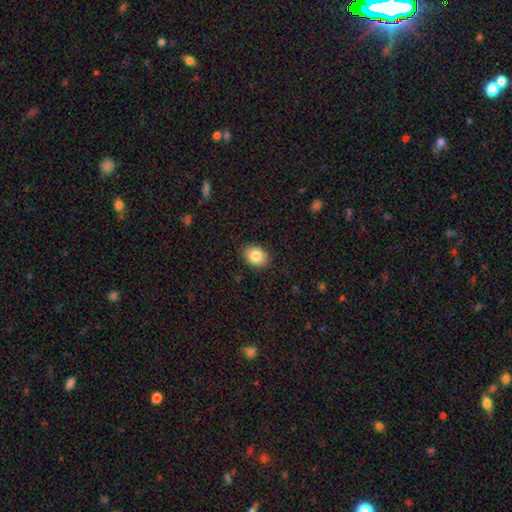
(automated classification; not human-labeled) smooth_or_featured: smooth (p=0.85) [alt: star or artifact p=0.08]
how_rounded: in between (p=0.62) [alt: round p=0.37]
merging: none (p=0.88) [alt: minor disturbance p=0.09]